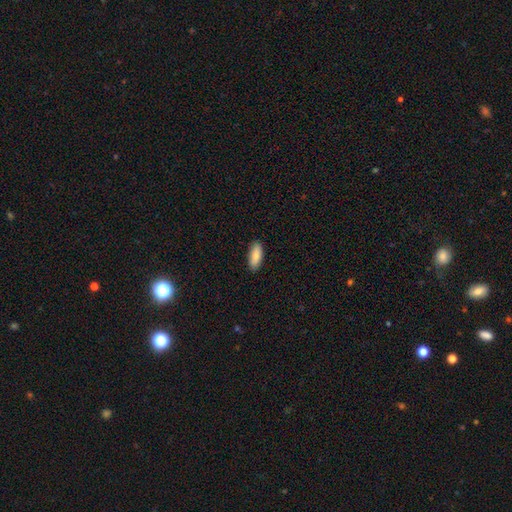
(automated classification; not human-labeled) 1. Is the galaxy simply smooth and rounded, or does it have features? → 85% smooth, 9% featured or disk, 6% star or artifact.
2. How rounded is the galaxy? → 79% in between, 20% cigar-shaped, 2% round.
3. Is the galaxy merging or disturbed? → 88% none, 9% minor disturbance, 2% major disturbance, 1% merger.